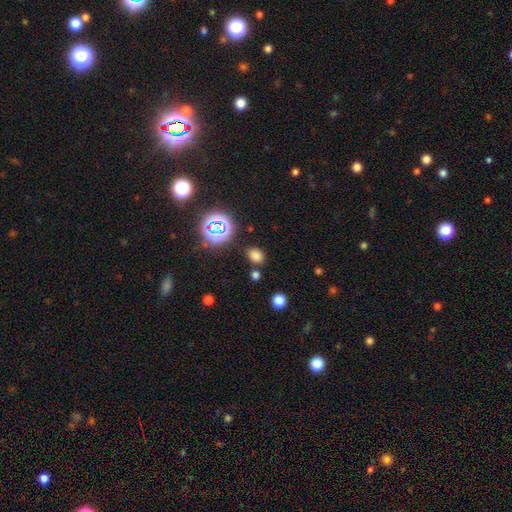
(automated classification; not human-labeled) smooth_or_featured: smooth (p=0.71) [alt: star or artifact p=0.24]
how_rounded: in between (p=0.63) [alt: round p=0.36]
merging: none (p=0.79) [alt: minor disturbance p=0.11]